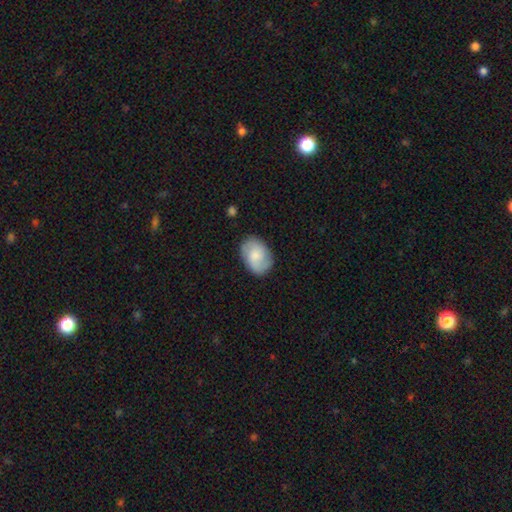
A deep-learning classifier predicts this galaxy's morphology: This is possibly a smooth galaxy (55%). How rounded: likely in between (77%). Merging: clearly none (81%).